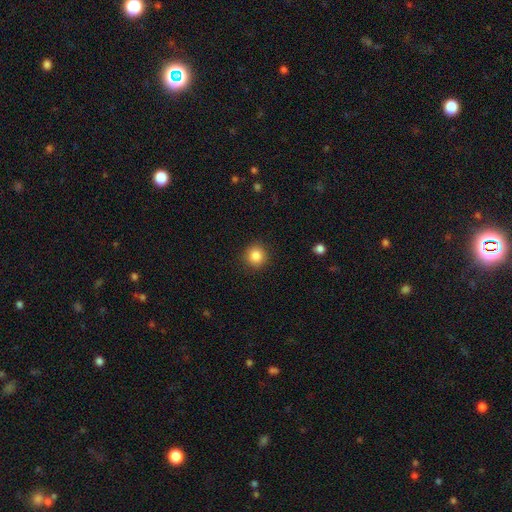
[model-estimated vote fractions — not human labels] A smooth galaxy with no disk features (86%) that is round (93%).

Vote fractions:
- Smooth or featured? smooth: 86% / star or artifact: 10% / featured or disk: 4%
- How rounded? round: 93% / in between: 6% / cigar-shaped: 1%
- Merging? none: 90% / minor disturbance: 6% / major disturbance: 2% / merger: 1%